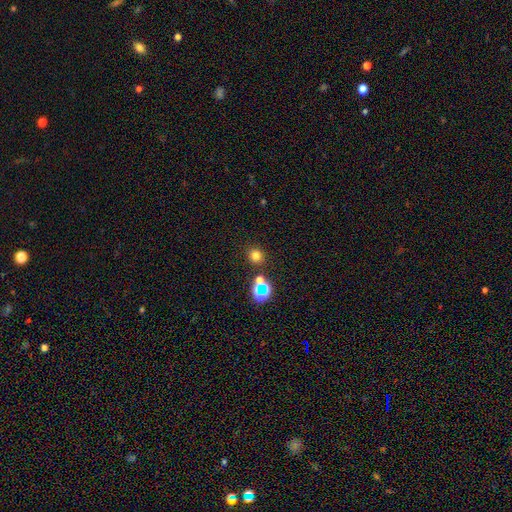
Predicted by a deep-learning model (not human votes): Q: Smooth or featured?
A: smooth (72%); runner-up: star or artifact (21%)
Q: How rounded?
A: round (88%); runner-up: in between (11%)
Q: Merging?
A: none (81%); runner-up: merger (9%)